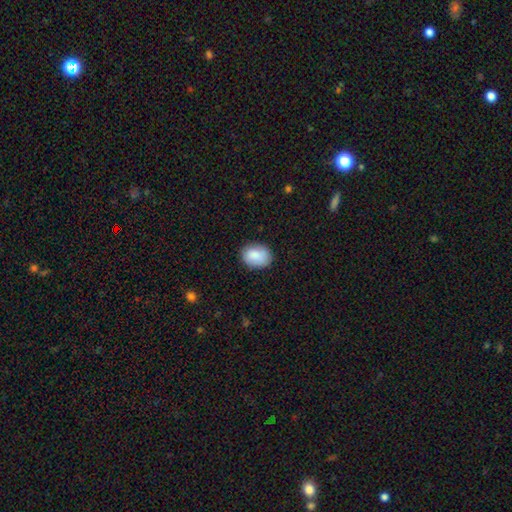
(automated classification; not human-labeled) A smooth galaxy with no disk features (88%) that is in between round and cigar-shaped (66%). Merging: none (83%).